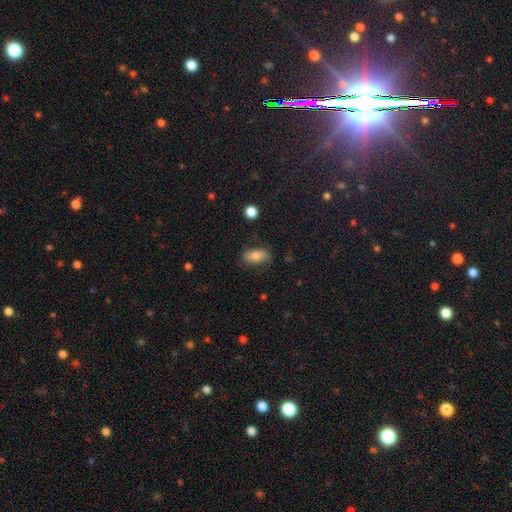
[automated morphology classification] smooth_or_featured: smooth (p=0.66) [alt: featured or disk p=0.24]
how_rounded: in between (p=0.87) [alt: round p=0.07]
merging: none (p=0.67) [alt: minor disturbance p=0.23]